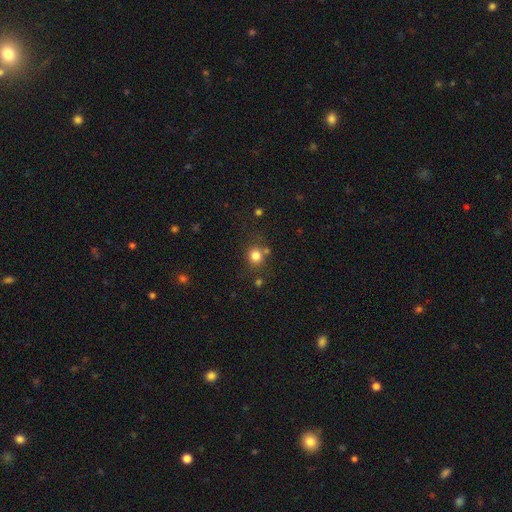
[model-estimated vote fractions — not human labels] smooth_or_featured: smooth (p=0.79) [alt: star or artifact p=0.14]
how_rounded: round (p=0.87) [alt: in between p=0.12]
merging: none (p=0.73) [alt: merger p=0.12]